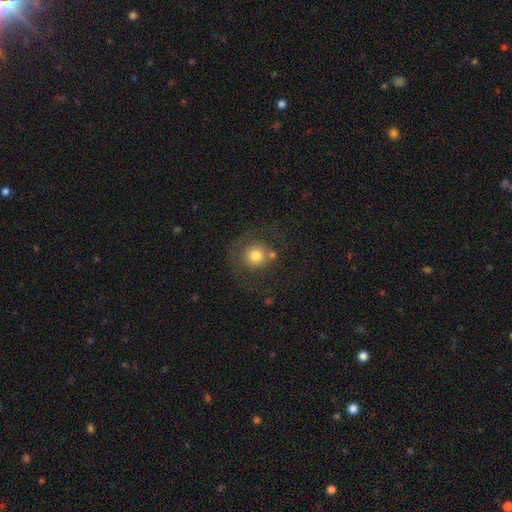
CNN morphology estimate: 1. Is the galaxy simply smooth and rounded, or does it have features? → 74% smooth, 15% featured or disk, 11% star or artifact.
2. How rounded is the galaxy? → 90% round, 10% in between, 1% cigar-shaped.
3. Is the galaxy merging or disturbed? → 63% none, 15% minor disturbance, 12% major disturbance, 10% merger.